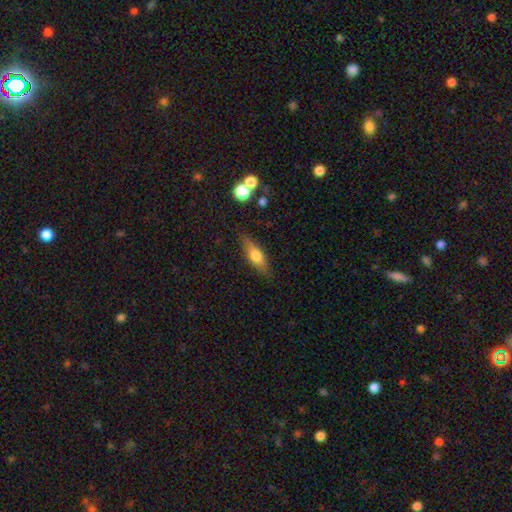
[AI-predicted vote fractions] The model was most divided on "how rounded": in between: 51%, cigar-shaped: 46%, round: 4%. More confident: merging — none (82%); smooth or featured — smooth (60%).